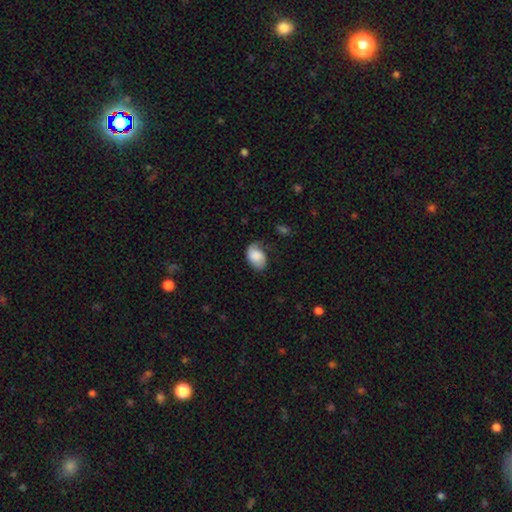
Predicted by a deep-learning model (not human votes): A smooth galaxy with no disk features (75%) that is in between round and cigar-shaped (83%). Merging: none (50%).